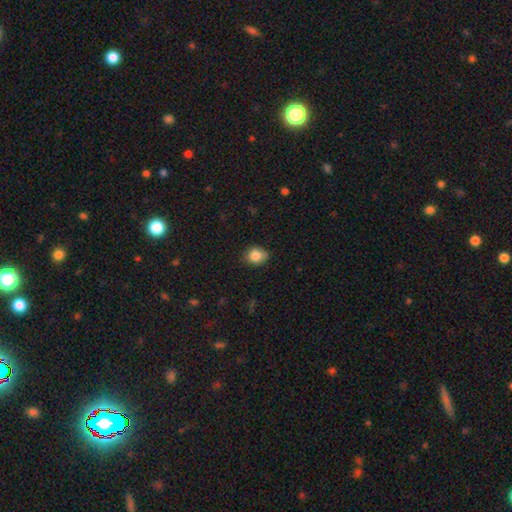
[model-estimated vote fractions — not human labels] Overall: smooth (84%). How rounded: round (67%; in between 32%). Merging: none (75%).